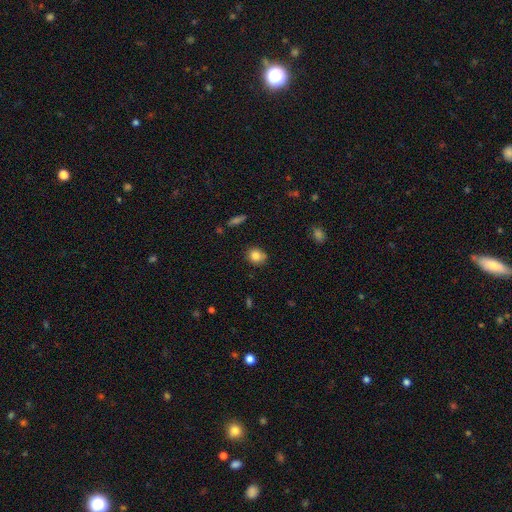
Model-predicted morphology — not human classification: A smooth galaxy with no disk features (82%) that is round (73%).

Vote fractions:
- Smooth or featured? smooth: 82% / star or artifact: 10% / featured or disk: 8%
- How rounded? round: 73% / in between: 25% / cigar-shaped: 1%
- Merging? none: 78% / minor disturbance: 16% / merger: 3% / major disturbance: 3%